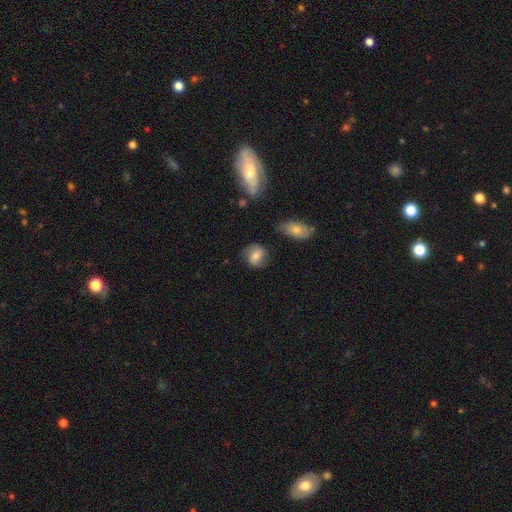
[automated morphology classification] A smooth galaxy with no disk features (66%) that is round (64%). Merging: none (72%).